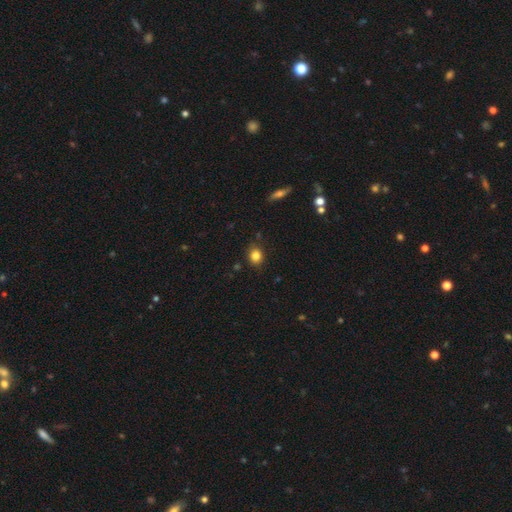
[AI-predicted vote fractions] A smooth galaxy with no disk features (83%) that is round (66%).

Vote fractions:
- Smooth or featured? smooth: 83% / star or artifact: 11% / featured or disk: 6%
- How rounded? round: 66% / in between: 33% / cigar-shaped: 1%
- Merging? none: 86% / minor disturbance: 10% / major disturbance: 2% / merger: 2%